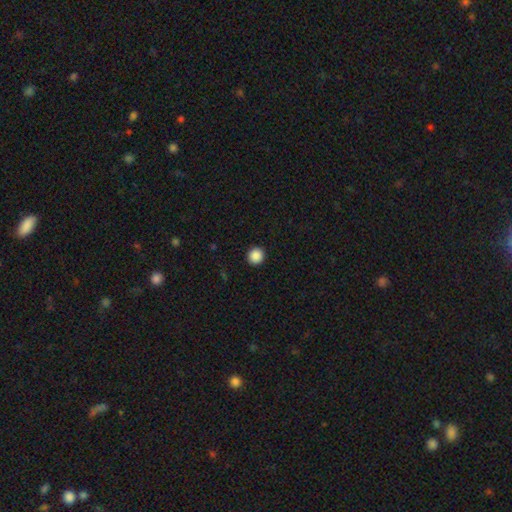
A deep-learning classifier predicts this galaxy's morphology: The model was most divided on "smooth or featured": smooth: 88%, star or artifact: 9%, featured or disk: 3%. More confident: merging — none (93%); how rounded — round (93%).